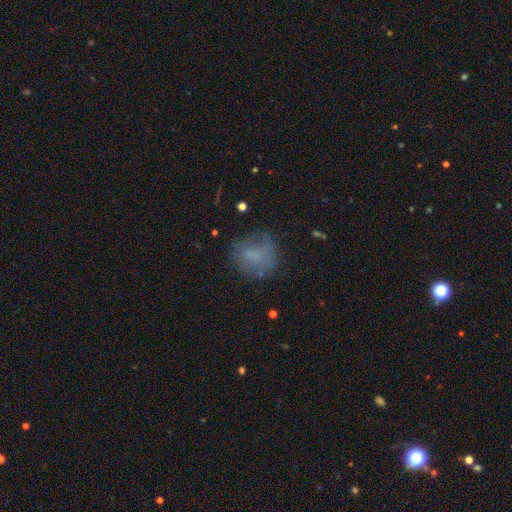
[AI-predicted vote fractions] A smooth galaxy with no disk features (62%) that is round (68%). Merging: none (57%).